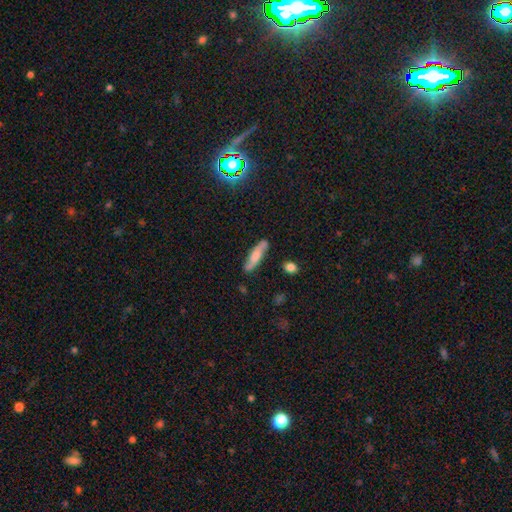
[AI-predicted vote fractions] The model was most divided on "smooth or featured": smooth: 56%, featured or disk: 37%, star or artifact: 7%. More confident: merging — none (78%); how rounded — cigar-shaped (72%).